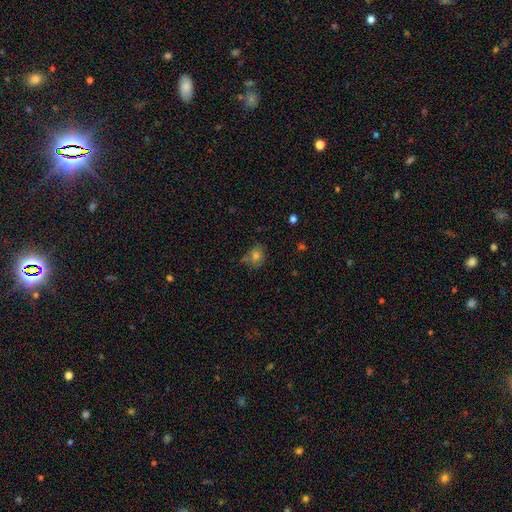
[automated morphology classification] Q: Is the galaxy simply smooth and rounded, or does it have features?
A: smooth — 73%.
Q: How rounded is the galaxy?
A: round — 64%.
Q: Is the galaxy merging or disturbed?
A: none — 65%.